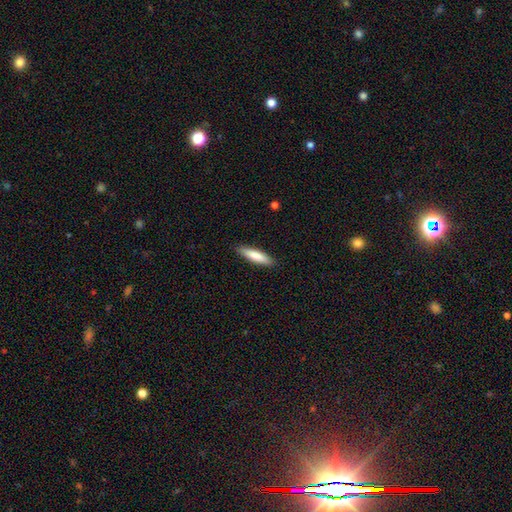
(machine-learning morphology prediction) A smooth galaxy with no disk features (80%) that is cigar-shaped (74%).

Vote fractions:
- Smooth or featured? smooth: 80% / featured or disk: 15% / star or artifact: 5%
- How rounded? cigar-shaped: 74% / in between: 24% / round: 1%
- Merging? none: 90% / minor disturbance: 8% / major disturbance: 2% / merger: 1%